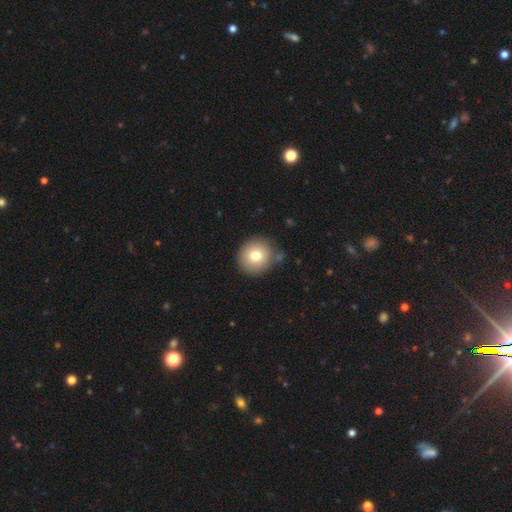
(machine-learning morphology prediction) Overall: smooth (76%). How rounded: round (88%). Merging: none (83%).